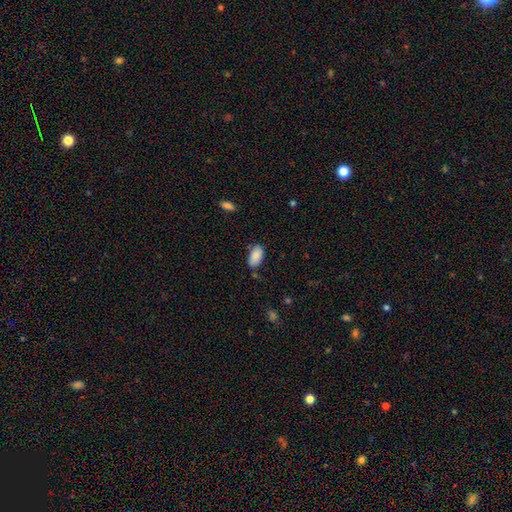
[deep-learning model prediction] Q: Smooth or featured?
A: smooth (88%); runner-up: star or artifact (7%)
Q: How rounded?
A: in between (95%); runner-up: round (3%)
Q: Merging?
A: none (74%); runner-up: minor disturbance (19%)